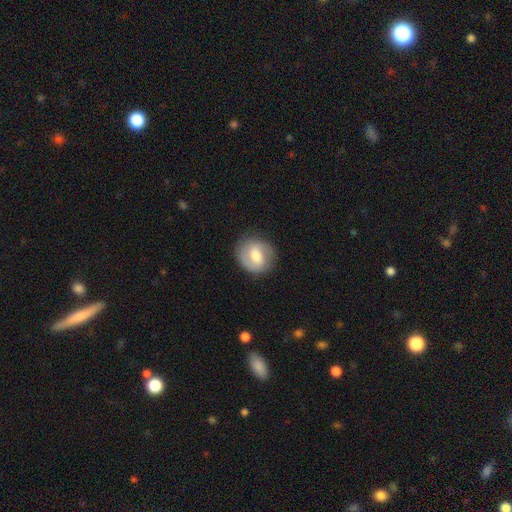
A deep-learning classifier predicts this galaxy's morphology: This appears to be a featured or disk galaxy (58%) with a weak bar (53%), spiral arms (82%) and a moderate central bulge (63%). Merging: none (82%).